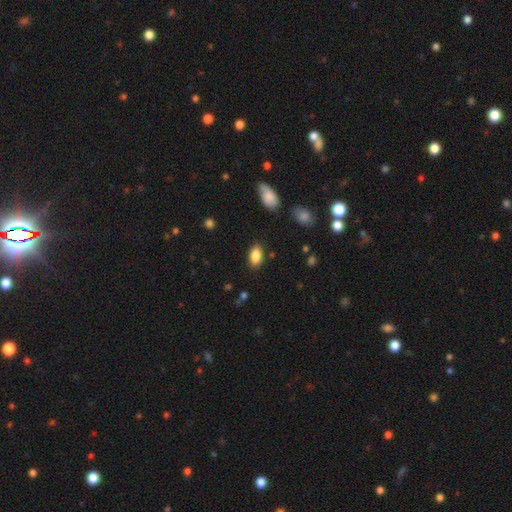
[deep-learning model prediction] A smooth galaxy with no disk features (87%) that is in between round and cigar-shaped (91%). Merging: none (85%).